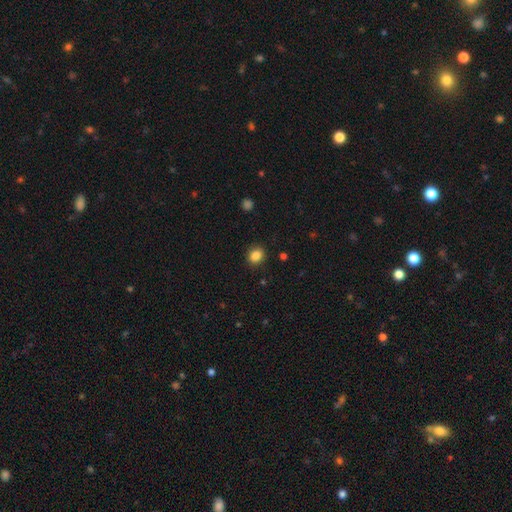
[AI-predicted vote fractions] Overall: smooth (86%). How rounded: round (57%; in between 42%). Merging: none (89%).